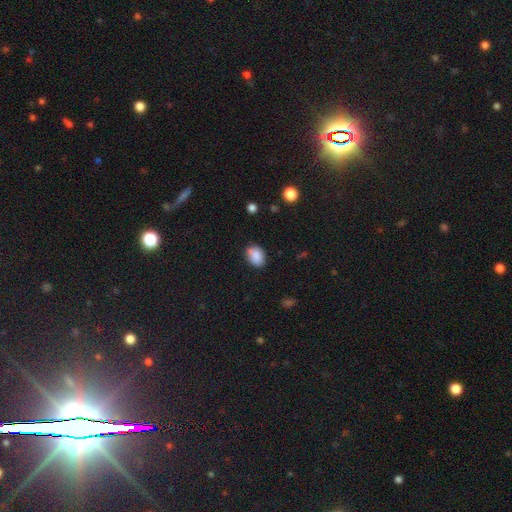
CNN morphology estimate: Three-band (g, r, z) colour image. It shows a smooth galaxy with no disk features (86%) that is in between round and cigar-shaped (75%). Merging: none (76%).